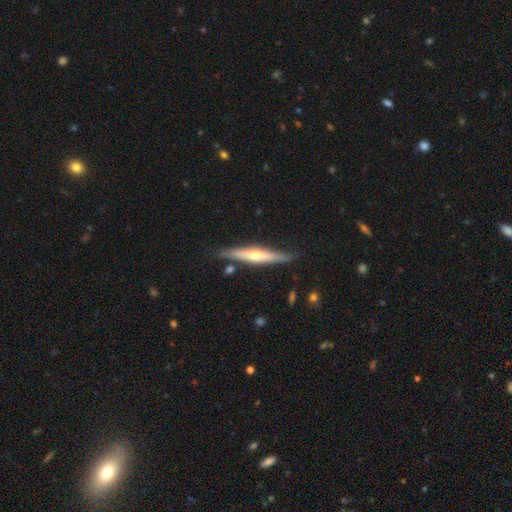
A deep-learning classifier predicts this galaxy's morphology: type=featured or disk (63%); edge-on=yes (95%); edge-on bulge=rounded (81%); merging=none (84%).